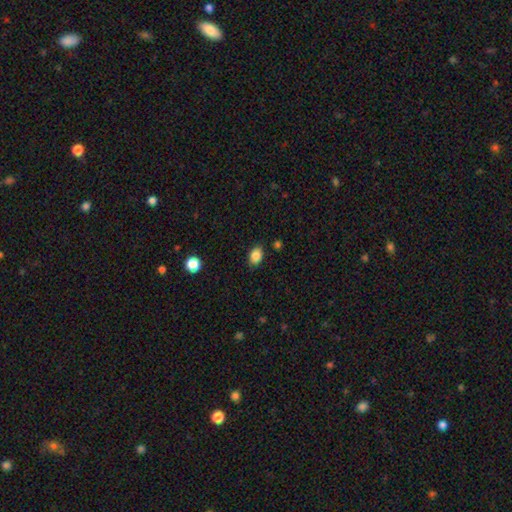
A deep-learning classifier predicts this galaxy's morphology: Smooth or featured? Predicted: smooth (p=0.85). How rounded? Predicted: in between (p=0.77). Merging? Predicted: none (p=0.83).